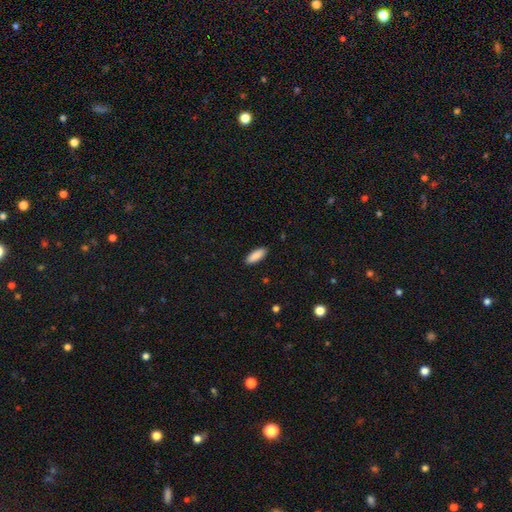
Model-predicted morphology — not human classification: smooth-or-featured: smooth: 89% | star or artifact: 6% | featured or disk: 5%
  how-rounded: in between: 73% | cigar-shaped: 26% | round: 2%
  merging: none: 90% | minor disturbance: 8% | major disturbance: 2% | merger: 1%